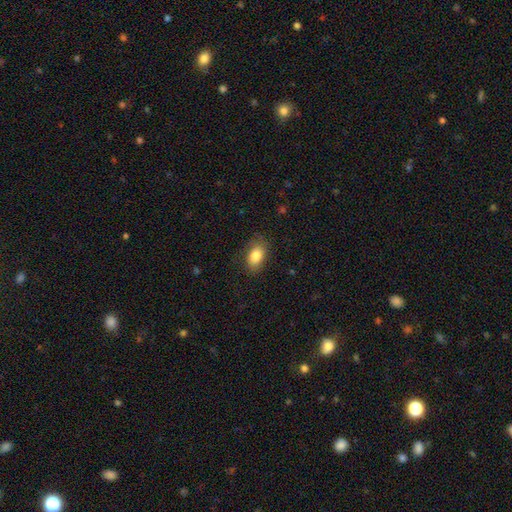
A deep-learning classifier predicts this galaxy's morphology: This is clearly a smooth galaxy (84%). How rounded: clearly in between (90%). Merging: clearly none (82%).